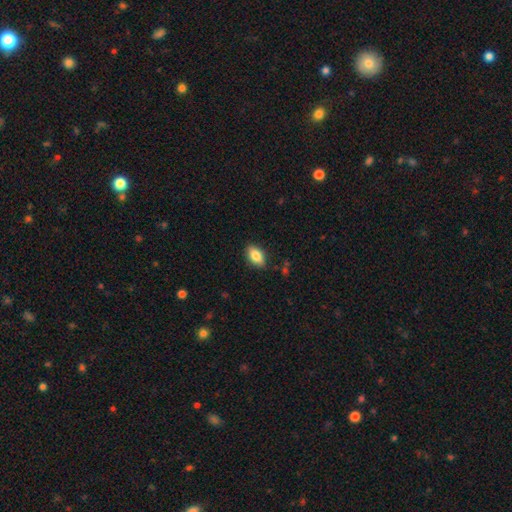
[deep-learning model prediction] This appears to be a smooth galaxy with no disk features (85%) that is in between round and cigar-shaped (91%). Merging: none (86%).